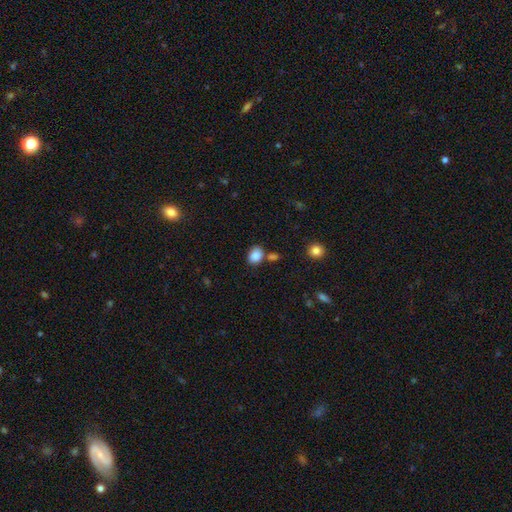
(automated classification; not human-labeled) Q: Smooth or featured?
A: smooth (86%); runner-up: star or artifact (9%)
Q: How rounded?
A: in between (60%); runner-up: round (39%)
Q: Merging?
A: none (68%); runner-up: merger (15%)